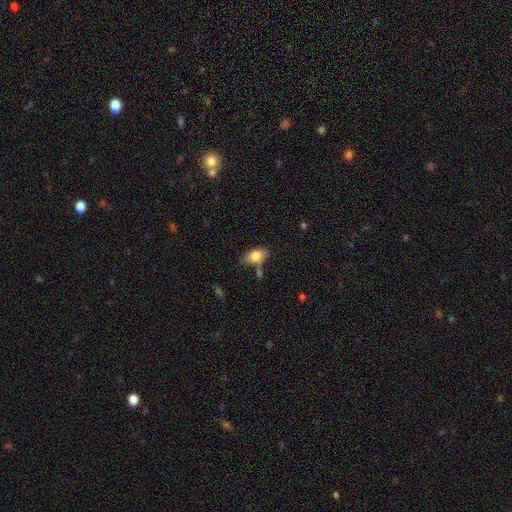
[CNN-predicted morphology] This is likely a smooth galaxy (78%). How rounded: clearly in between (89%). Merging: likely none (65%).